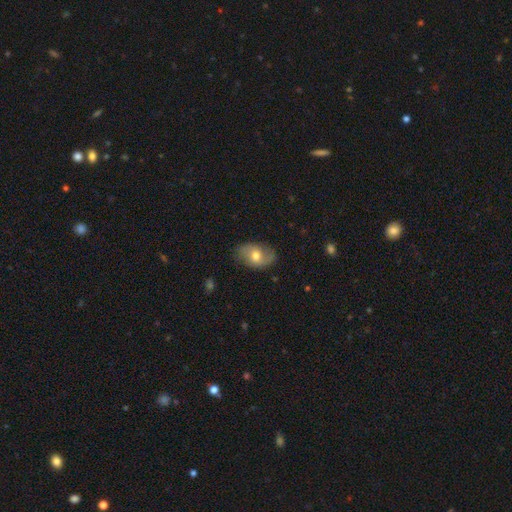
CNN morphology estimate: This is possibly a smooth galaxy (52%). How rounded: clearly in between (84%). Merging: likely none (75%).